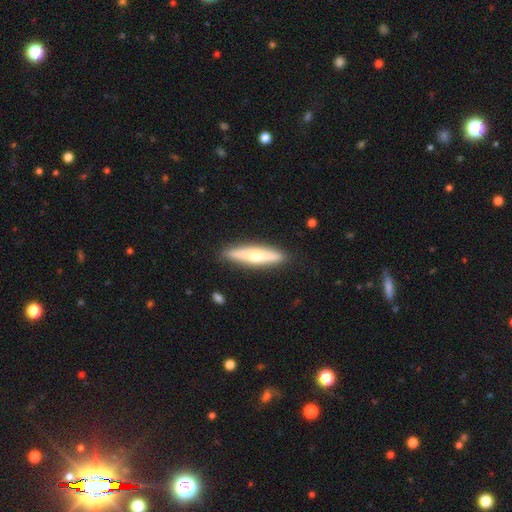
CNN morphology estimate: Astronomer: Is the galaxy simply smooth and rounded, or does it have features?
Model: featured or disk — 50% (runner-up: smooth, 45%).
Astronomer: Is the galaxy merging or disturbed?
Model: none — 88%.